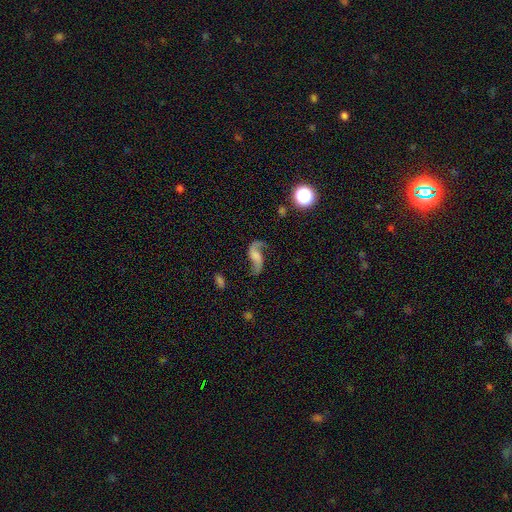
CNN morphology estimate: A featured or disk galaxy (84%) with no bar (51%), 2 (91%) loose (88%) spiral arms (95%) and no central bulge (46%).

Vote fractions:
- Smooth or featured? featured or disk: 84% / smooth: 9% / star or artifact: 7%
- Edge-on disk? no: 96% / yes: 4%
- Bar? no: 51% / weak: 36% / strong: 13%
- Spiral arms? yes: 95% / no: 5%
- Spiral winding? loose: 88% / medium: 9% / tight: 2%
- Spiral arm count? 2: 91% / 1: 4% / can't tell: 1% / 3: 1% / 4: 1% / more than 4: 1%
- Bulge size? none: 46% / small: 21% / moderate: 18% / large: 11% / dominant: 3%
- Merging? none: 68% / minor disturbance: 16% / major disturbance: 12% / merger: 4%